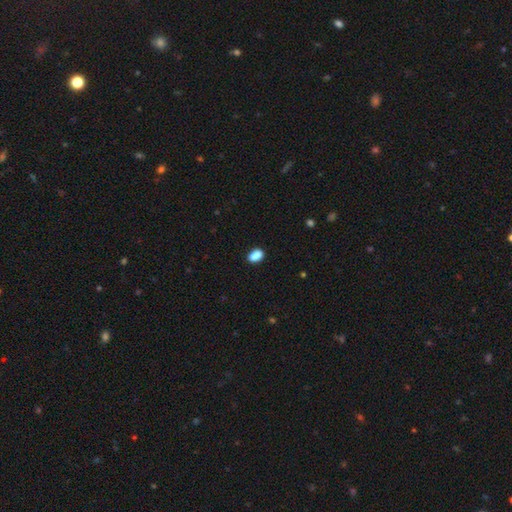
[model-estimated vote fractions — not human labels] Smooth or featured: smooth — 87% (star or artifact — 9%)
How rounded: in between — 86% (round — 11%)
Merging: none — 81% (minor disturbance — 12%)